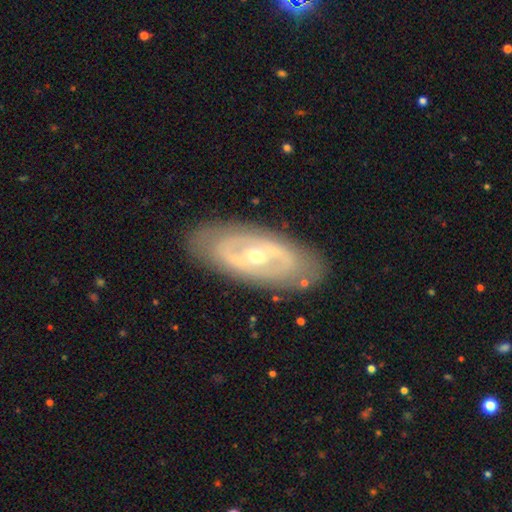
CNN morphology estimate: Overall: featured or disk (78%). Edge-on disk: no (89%). Bar: no (37%; weak 32%). Spiral arms: yes (52%; no 48%). Bulge size: small (51%; moderate 45%). Merging: none (84%).